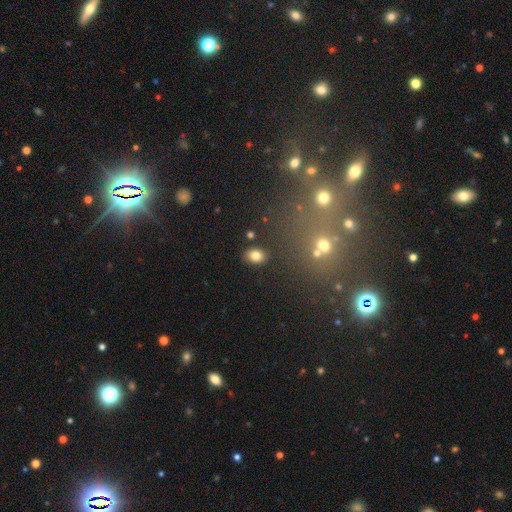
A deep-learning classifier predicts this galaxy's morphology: This is clearly a smooth galaxy (80%). How rounded: likely in between (66%). Merging: clearly none (86%).